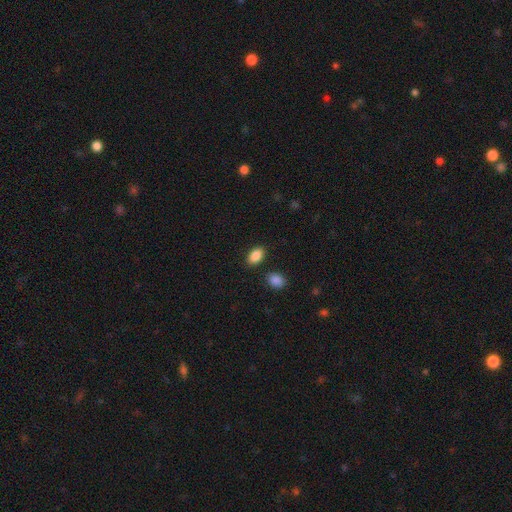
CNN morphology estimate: This is clearly a smooth galaxy (88%). How rounded: clearly in between (89%). Merging: clearly none (85%).